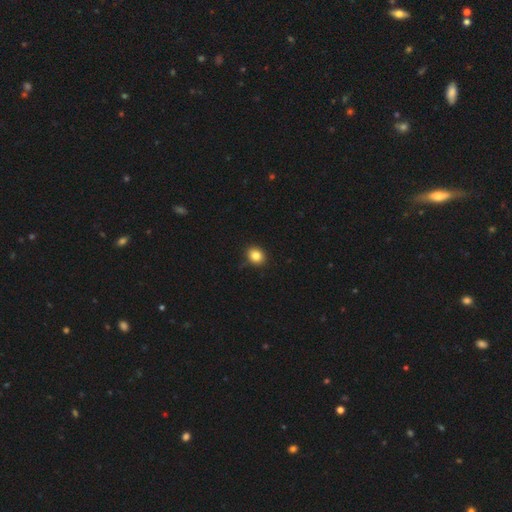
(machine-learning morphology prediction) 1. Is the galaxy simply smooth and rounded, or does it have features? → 83% smooth, 11% star or artifact, 6% featured or disk.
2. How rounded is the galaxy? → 65% round, 34% in between, 1% cigar-shaped.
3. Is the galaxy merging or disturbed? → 87% none, 10% minor disturbance, 2% major disturbance, 1% merger.